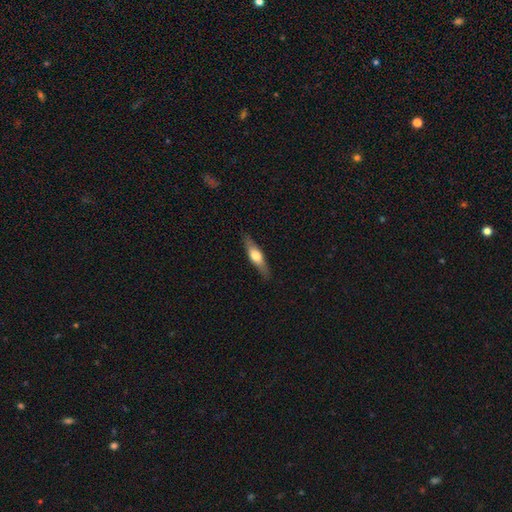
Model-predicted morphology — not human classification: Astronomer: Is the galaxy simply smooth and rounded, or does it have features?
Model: featured or disk — 49% (runner-up: smooth, 46%).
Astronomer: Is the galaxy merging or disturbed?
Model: none — 88%.